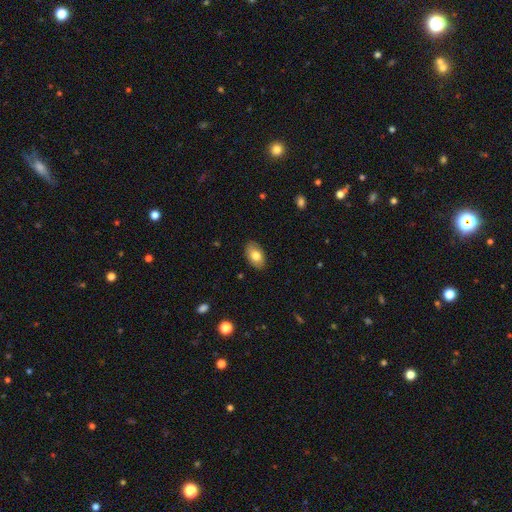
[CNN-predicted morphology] The model was most divided on "smooth or featured": smooth: 80%, featured or disk: 14%, star or artifact: 7%. More confident: how rounded — in between (92%); merging — none (87%).